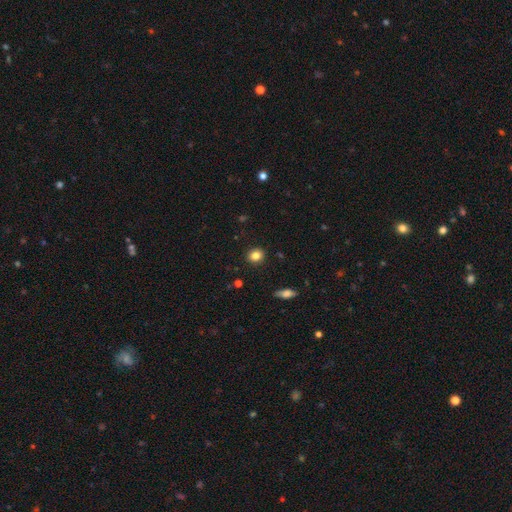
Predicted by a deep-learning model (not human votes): A smooth galaxy with no disk features (83%) that is round (76%).

Vote fractions:
- Smooth or featured? smooth: 83% / star or artifact: 10% / featured or disk: 6%
- How rounded? round: 76% / in between: 23% / cigar-shaped: 1%
- Merging? none: 91% / minor disturbance: 6% / major disturbance: 2% / merger: 1%